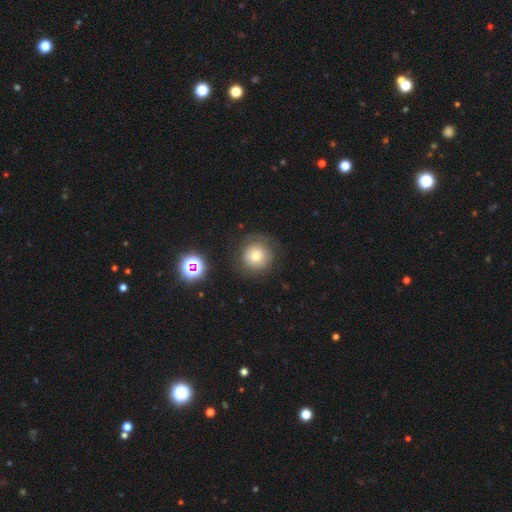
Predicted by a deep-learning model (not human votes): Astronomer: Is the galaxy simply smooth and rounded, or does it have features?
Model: smooth — 70%.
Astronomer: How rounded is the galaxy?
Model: round — 94%.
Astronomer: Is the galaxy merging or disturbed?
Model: none — 77%.